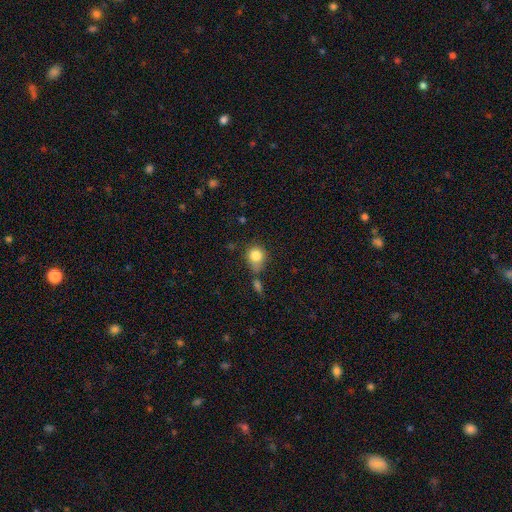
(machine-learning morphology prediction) Smooth or featured: smooth — 82% (star or artifact — 10%)
How rounded: round — 76% (in between — 23%)
Merging: none — 50% (minor disturbance — 23%)